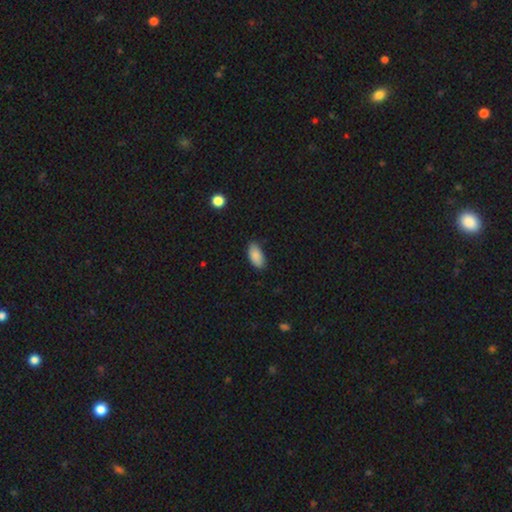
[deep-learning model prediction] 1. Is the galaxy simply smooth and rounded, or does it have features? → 88% smooth, 7% star or artifact, 5% featured or disk.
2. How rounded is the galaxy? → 92% in between, 6% cigar-shaped, 2% round.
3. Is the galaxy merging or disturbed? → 79% none, 17% minor disturbance, 3% major disturbance, 1% merger.